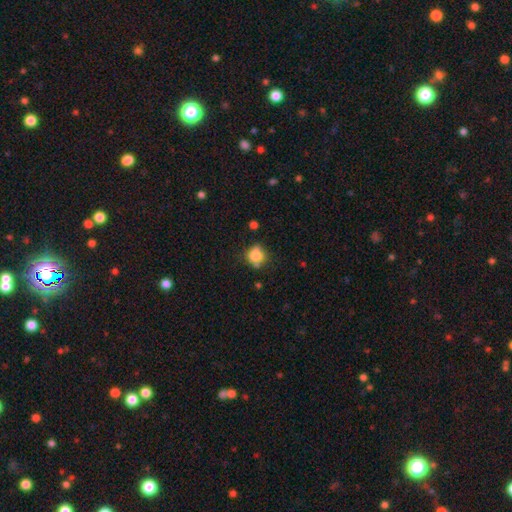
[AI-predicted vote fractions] Smooth or featured?
  - smooth: 79% *
  - star or artifact: 11%
  - featured or disk: 10%
How rounded?
  - round: 74% *
  - in between: 25%
  - cigar-shaped: 1%
Merging?
  - none: 59% *
  - minor disturbance: 25%
  - merger: 9%
  - major disturbance: 7%